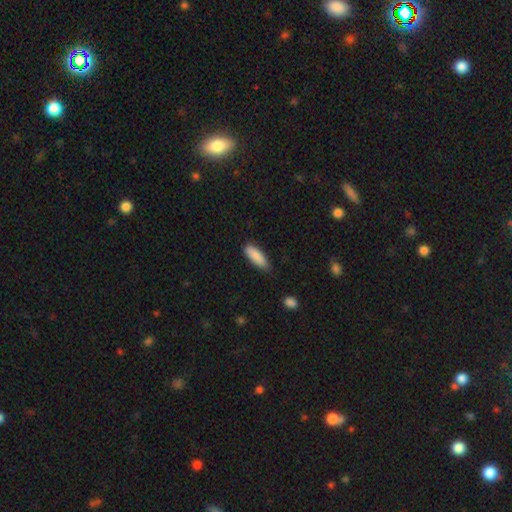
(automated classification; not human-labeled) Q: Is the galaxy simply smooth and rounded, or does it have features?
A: smooth — 88%.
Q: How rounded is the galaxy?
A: in between — 54%.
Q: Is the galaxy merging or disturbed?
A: none — 73%.